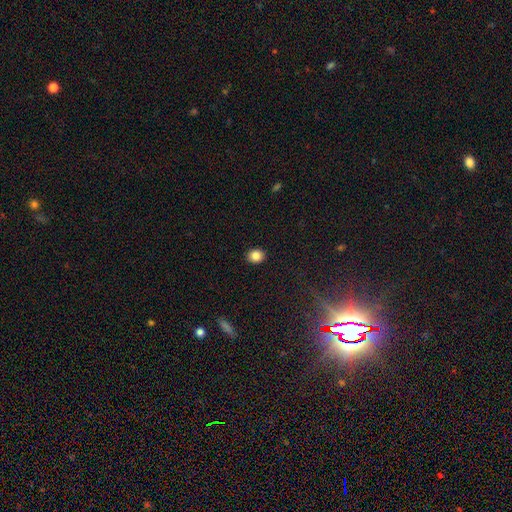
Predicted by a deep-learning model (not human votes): Smooth or featured: smooth — 85% (star or artifact — 10%)
How rounded: round — 71% (in between — 28%)
Merging: none — 92% (minor disturbance — 6%)